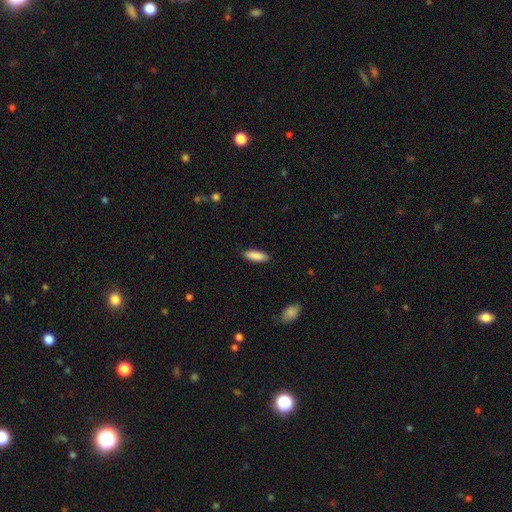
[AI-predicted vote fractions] This appears to be a smooth galaxy with no disk features (89%) that is in between round and cigar-shaped (58%). Merging: none (88%).